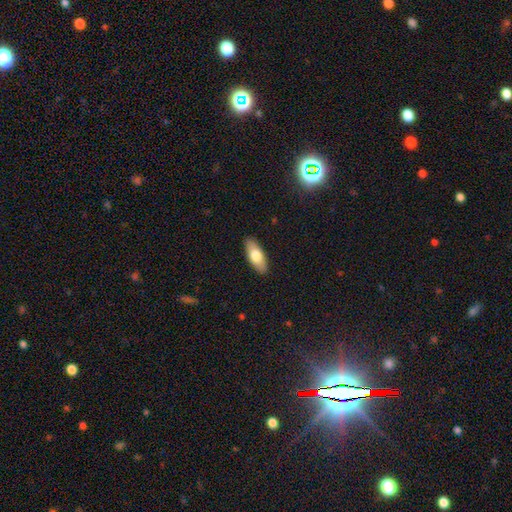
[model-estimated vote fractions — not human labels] Smooth or featured? smooth (73%)
How rounded? in between (77%)
Merging? none (89%)